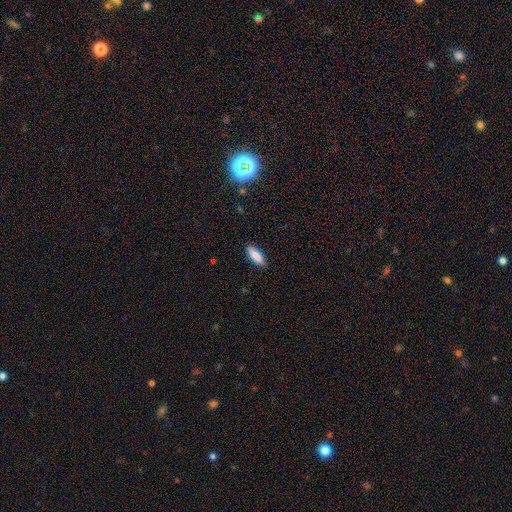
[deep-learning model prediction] A smooth galaxy with no disk features (86%) that is in between round and cigar-shaped (59%). Merging: none (88%).